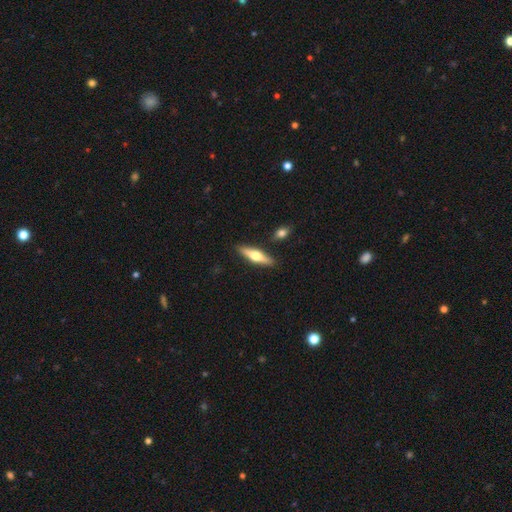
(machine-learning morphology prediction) Smooth or featured: featured or disk — 49% (smooth — 45%)
Merging: none — 86% (minor disturbance — 8%)